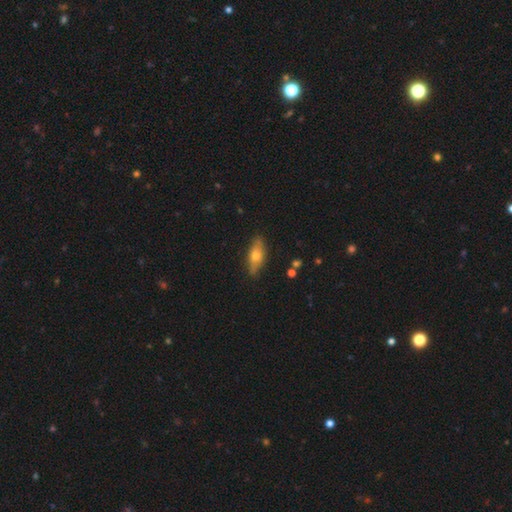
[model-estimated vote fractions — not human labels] smooth-or-featured: smooth: 54% | featured or disk: 39% | star or artifact: 7%
  how-rounded: in between: 61% | cigar-shaped: 35% | round: 4%
  merging: none: 84% | minor disturbance: 13% | major disturbance: 2% | merger: 2%